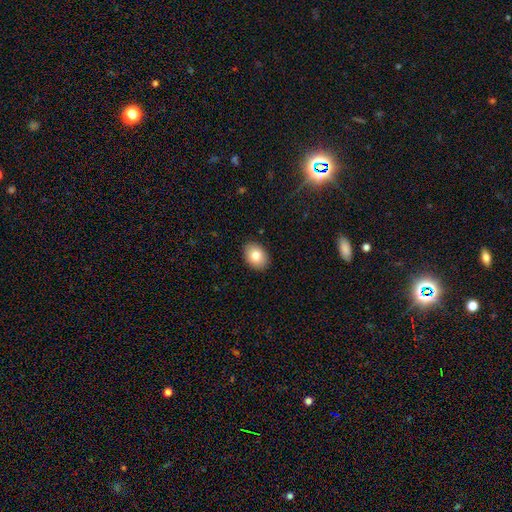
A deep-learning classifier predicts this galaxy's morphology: Smooth or featured? smooth (81%)
How rounded? in between (76%)
Merging? none (89%)